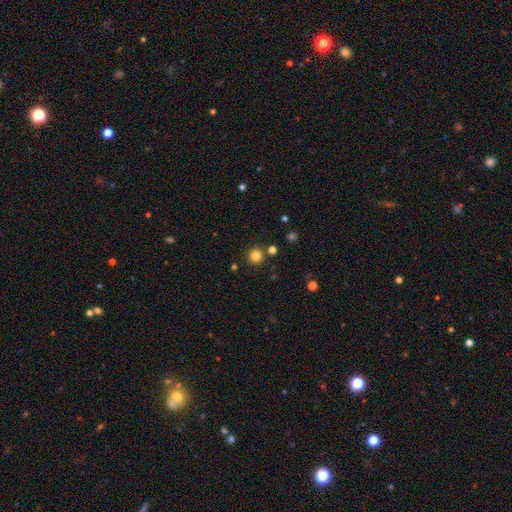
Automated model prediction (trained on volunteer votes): The model was most divided on "smooth or featured": smooth: 82%, star or artifact: 14%, featured or disk: 5%. More confident: how rounded — round (95%); merging — none (88%).